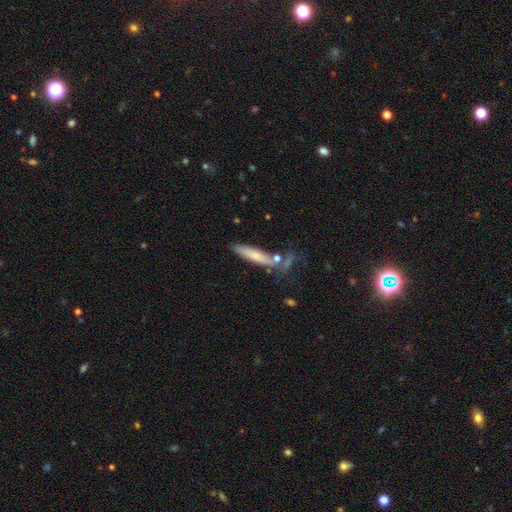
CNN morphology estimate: The model was most divided on "smooth or featured": smooth: 66%, featured or disk: 27%, star or artifact: 7%. More confident: how rounded — cigar-shaped (82%); merging — none (69%).